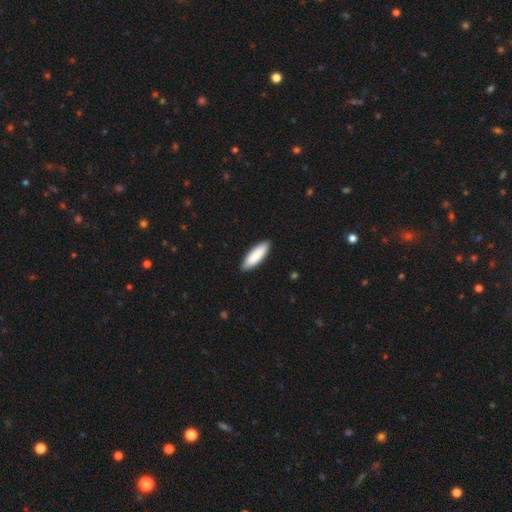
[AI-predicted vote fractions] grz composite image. It shows a smooth galaxy with no disk features (88%) that is in between round and cigar-shaped (56%). Merging: none (89%).